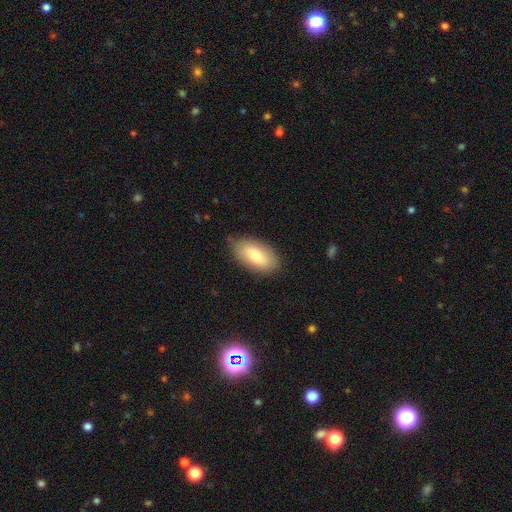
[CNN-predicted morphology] Smooth or featured? Predicted: smooth (p=0.74). How rounded? Predicted: in between (p=0.93). Merging? Predicted: none (p=0.79).